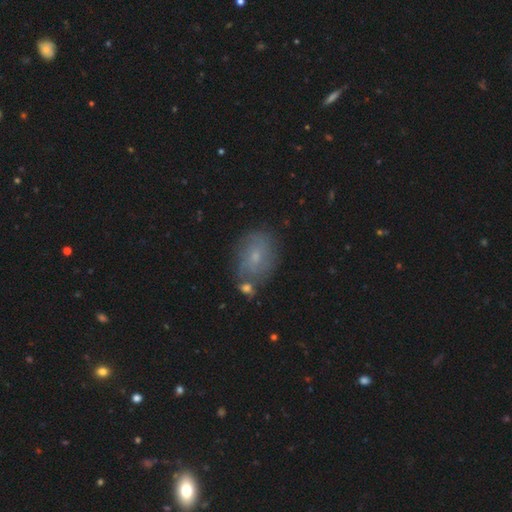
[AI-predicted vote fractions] Overall: smooth (45%; featured or disk 42%). Merging: none (67%).